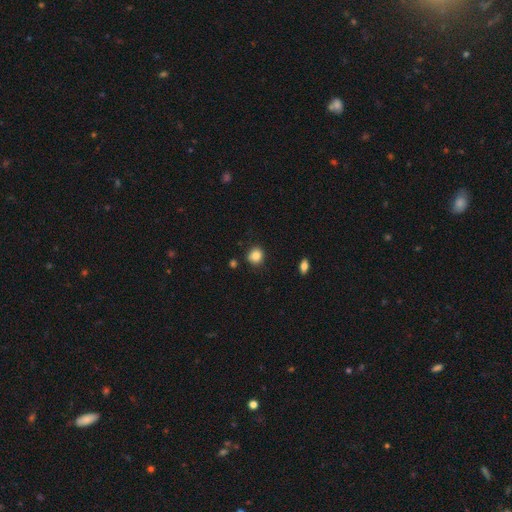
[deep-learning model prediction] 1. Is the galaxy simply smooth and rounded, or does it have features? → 86% smooth, 10% star or artifact, 5% featured or disk.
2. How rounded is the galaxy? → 82% round, 17% in between, 1% cigar-shaped.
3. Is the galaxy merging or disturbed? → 84% none, 11% minor disturbance, 2% major disturbance, 2% merger.